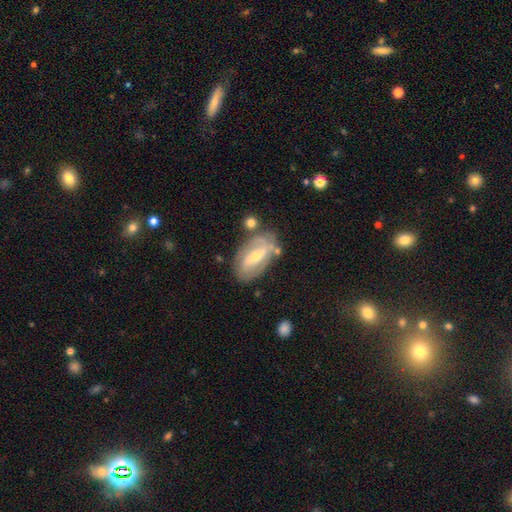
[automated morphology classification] smooth-or-featured: featured or disk: 67% | smooth: 26% | star or artifact: 6%
  disk-edge-on: no: 90% | yes: 10%
    bar: strong: 42% | weak: 36% | no: 22%
    has-spiral-arms: yes: 72% | no: 28%
    bulge-size: small: 50% | moderate: 45% | large: 2% | none: 2% | dominant: 1%
  merging: none: 67% | minor disturbance: 20% | major disturbance: 7% | merger: 7%